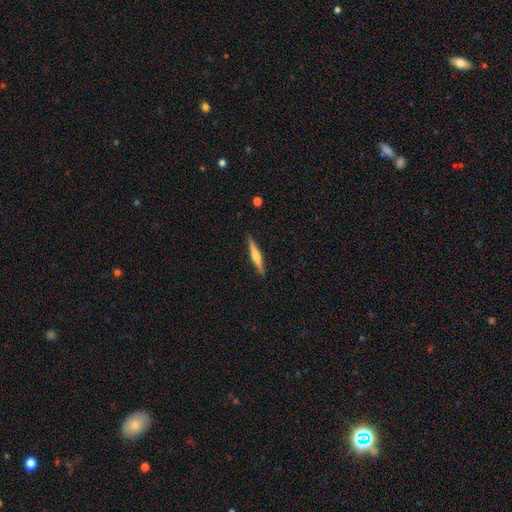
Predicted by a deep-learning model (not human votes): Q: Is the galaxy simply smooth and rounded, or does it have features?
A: featured or disk — 60%.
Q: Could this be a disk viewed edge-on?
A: yes — 98%.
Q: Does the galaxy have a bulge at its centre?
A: rounded — 84%.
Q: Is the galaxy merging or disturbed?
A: none — 91%.